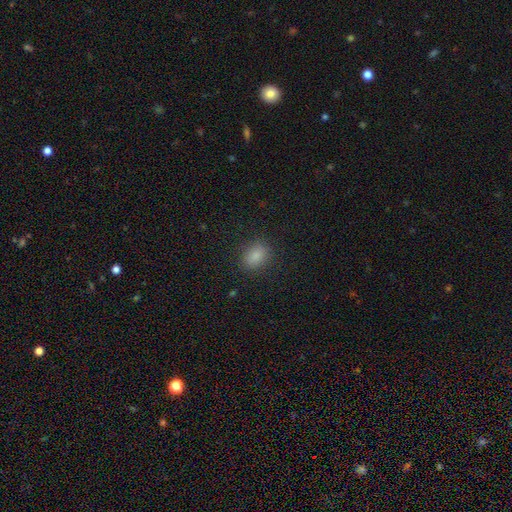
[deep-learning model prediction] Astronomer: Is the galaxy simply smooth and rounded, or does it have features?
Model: smooth — 85%.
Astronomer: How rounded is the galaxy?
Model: in between — 74%.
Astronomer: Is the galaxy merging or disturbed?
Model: none — 85%.